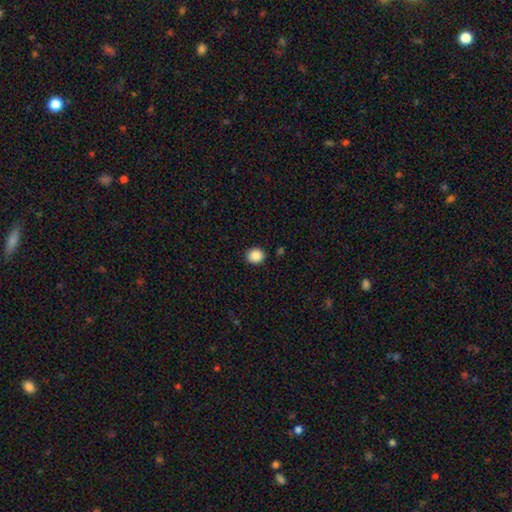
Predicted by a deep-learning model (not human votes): This is clearly a smooth galaxy (87%). How rounded: clearly round (88%). Merging: clearly none (90%).